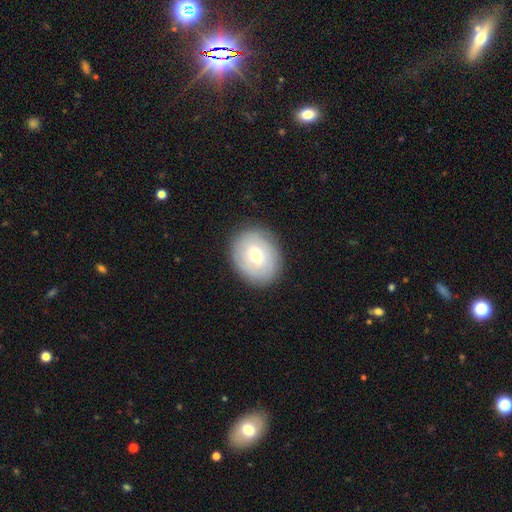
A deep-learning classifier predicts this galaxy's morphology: Q: Smooth or featured?
A: smooth (52%); runner-up: featured or disk (40%)
Q: How rounded?
A: round (59%); runner-up: in between (40%)
Q: Merging?
A: none (87%); runner-up: minor disturbance (10%)